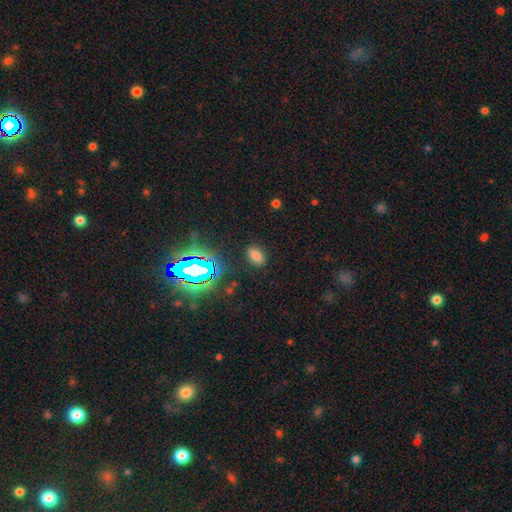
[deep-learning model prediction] Morphology: type=smooth (67%); roundness=in between (83%); merging=none (86%).